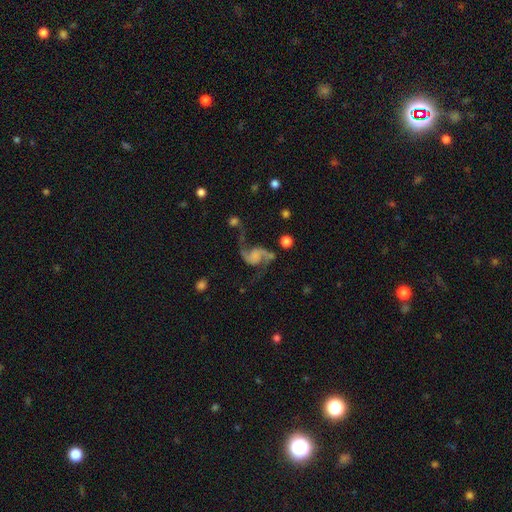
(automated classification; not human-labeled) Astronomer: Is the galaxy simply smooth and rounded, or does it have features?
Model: featured or disk — 88%.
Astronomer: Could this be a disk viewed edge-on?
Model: no — 98%.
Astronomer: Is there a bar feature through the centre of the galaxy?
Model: no — 61%.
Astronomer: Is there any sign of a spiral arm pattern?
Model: yes — 97%.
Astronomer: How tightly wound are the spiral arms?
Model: loose — 70%.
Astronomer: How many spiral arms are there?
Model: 2 — 94%.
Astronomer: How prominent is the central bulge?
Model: none — 57%.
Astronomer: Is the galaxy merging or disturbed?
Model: none — 61%.